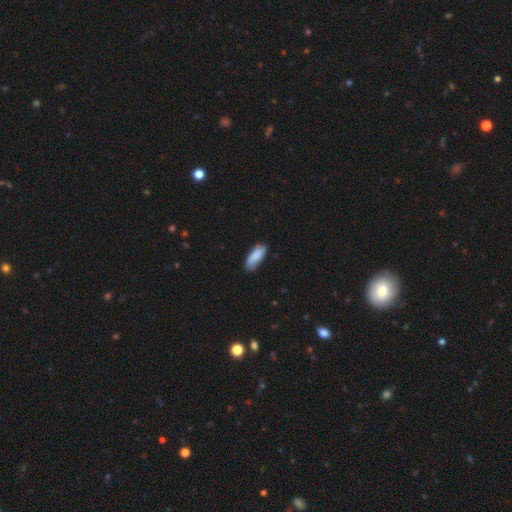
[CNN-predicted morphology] Q: Smooth or featured?
A: smooth (83%); runner-up: featured or disk (10%)
Q: How rounded?
A: in between (76%); runner-up: cigar-shaped (22%)
Q: Merging?
A: none (70%); runner-up: minor disturbance (24%)